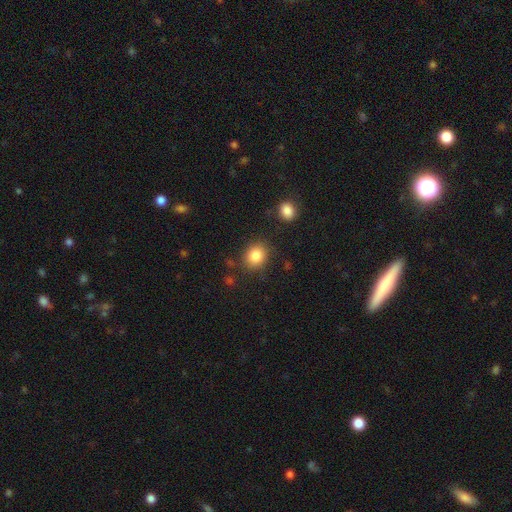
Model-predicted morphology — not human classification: Q: Smooth or featured?
A: smooth (84%); runner-up: star or artifact (10%)
Q: How rounded?
A: round (70%); runner-up: in between (29%)
Q: Merging?
A: none (84%); runner-up: minor disturbance (10%)